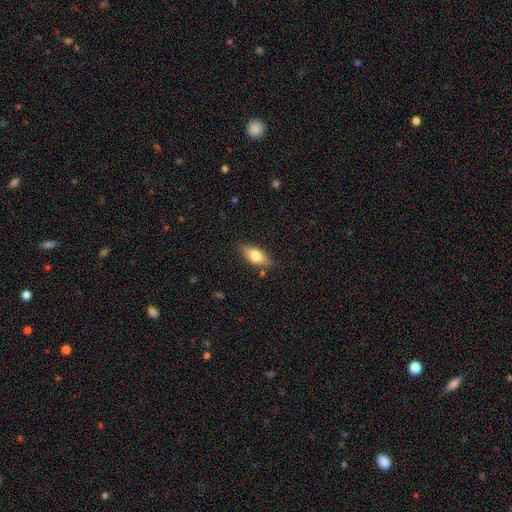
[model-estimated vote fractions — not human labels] A smooth galaxy with no disk features (73%) that is in between round and cigar-shaped (84%).

Vote fractions:
- Smooth or featured? smooth: 73% / featured or disk: 20% / star or artifact: 7%
- How rounded? in between: 84% / cigar-shaped: 12% / round: 4%
- Merging? none: 81% / minor disturbance: 14% / major disturbance: 3% / merger: 2%